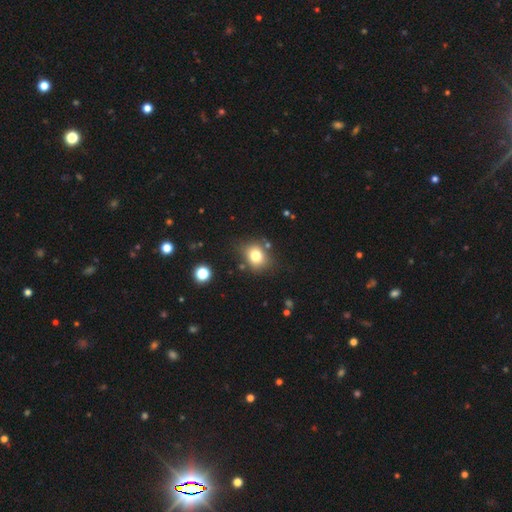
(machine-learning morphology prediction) Smooth or featured?
  - smooth: 78% *
  - star or artifact: 12%
  - featured or disk: 10%
How rounded?
  - round: 60% *
  - in between: 39%
  - cigar-shaped: 1%
Merging?
  - none: 75% *
  - minor disturbance: 14%
  - merger: 6%
  - major disturbance: 4%